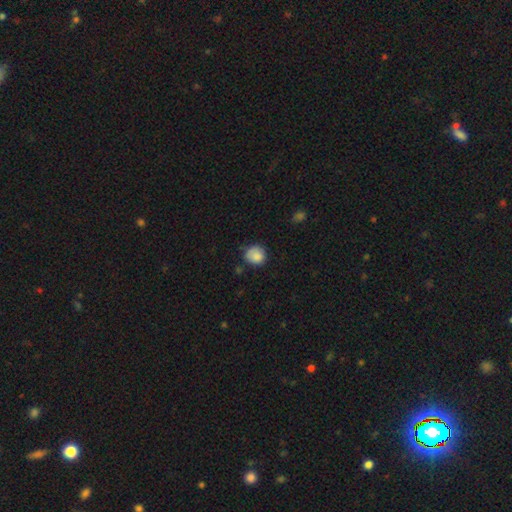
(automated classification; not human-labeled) smooth_or_featured: smooth (p=0.85) [alt: star or artifact p=0.08]
how_rounded: round (p=0.83) [alt: in between p=0.16]
merging: none (p=0.66) [alt: minor disturbance p=0.26]